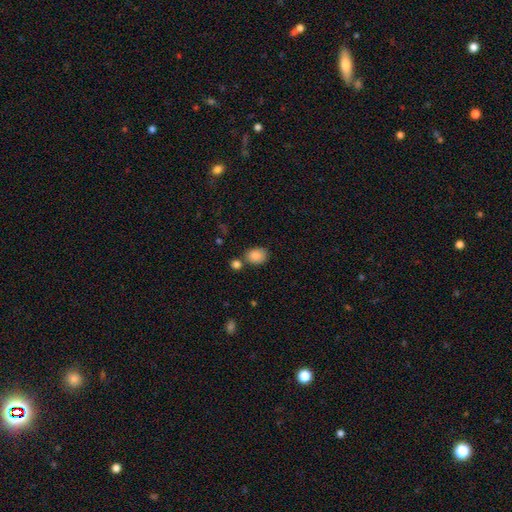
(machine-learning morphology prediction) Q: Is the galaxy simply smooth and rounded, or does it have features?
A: smooth — 87%.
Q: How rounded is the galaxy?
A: in between — 58%.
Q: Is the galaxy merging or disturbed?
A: none — 66%.